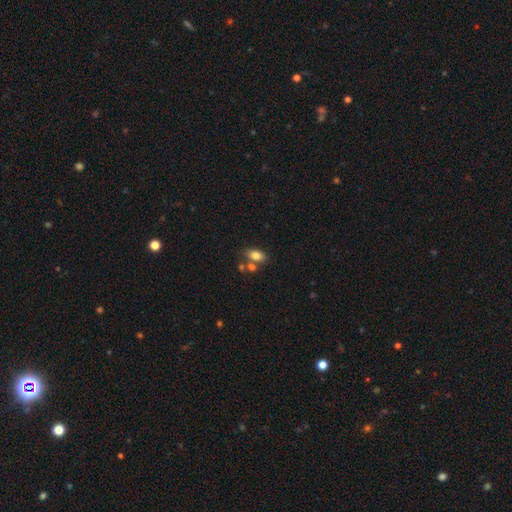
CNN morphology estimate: smooth_or_featured: smooth (p=0.81) [alt: featured or disk p=0.10]
how_rounded: in between (p=0.87) [alt: round p=0.10]
merging: none (p=0.62) [alt: merger p=0.22]